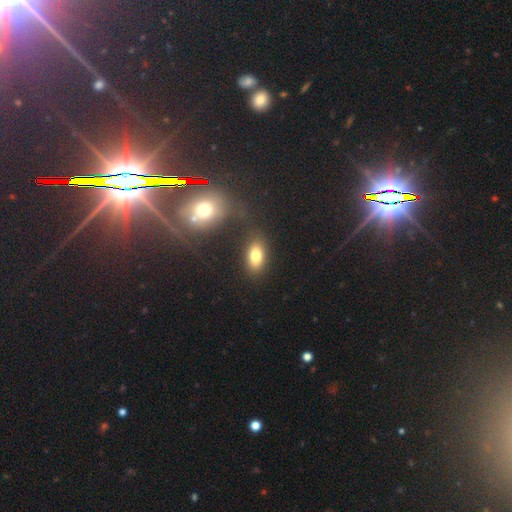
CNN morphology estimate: A smooth galaxy with no disk features (79%) that is in between round and cigar-shaped (87%).

Vote fractions:
- Smooth or featured? smooth: 79% / featured or disk: 11% / star or artifact: 10%
- How rounded? in between: 87% / round: 9% / cigar-shaped: 4%
- Merging? none: 80% / minor disturbance: 11% / merger: 6% / major disturbance: 4%